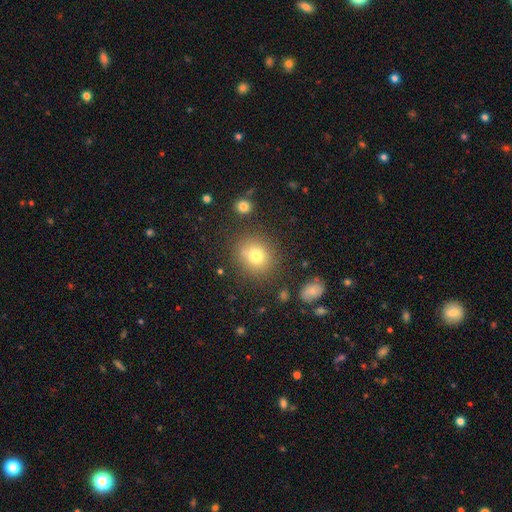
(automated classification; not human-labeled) Q: Smooth or featured?
A: smooth (75%); runner-up: star or artifact (14%)
Q: How rounded?
A: round (82%); runner-up: in between (17%)
Q: Merging?
A: none (80%); runner-up: minor disturbance (11%)